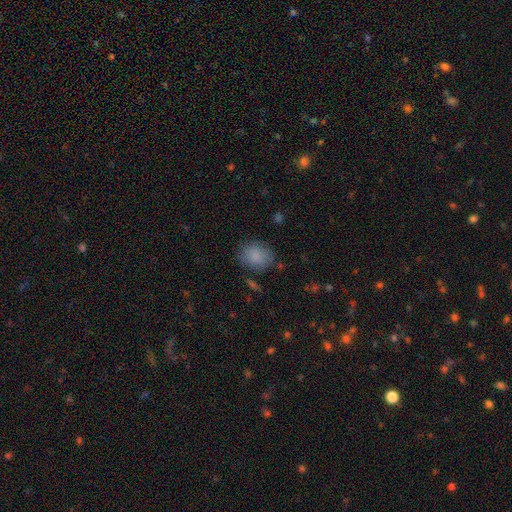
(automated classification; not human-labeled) This appears to be a smooth galaxy with no disk features (86%) that is round (54%). Merging: none (77%).